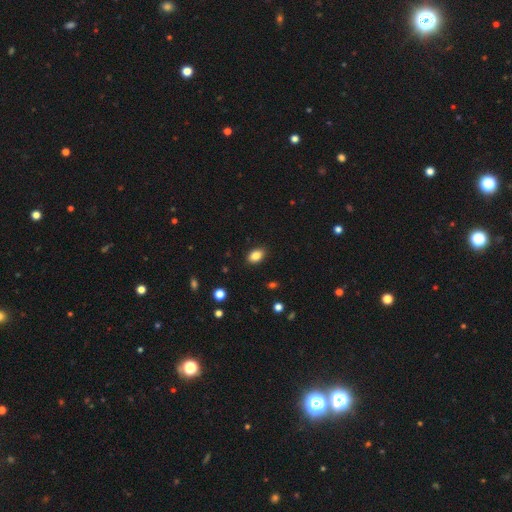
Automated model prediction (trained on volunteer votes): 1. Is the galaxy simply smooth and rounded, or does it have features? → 86% smooth, 9% star or artifact, 5% featured or disk.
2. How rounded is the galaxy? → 83% in between, 16% round, 1% cigar-shaped.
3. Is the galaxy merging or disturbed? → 89% none, 8% minor disturbance, 2% major disturbance, 1% merger.